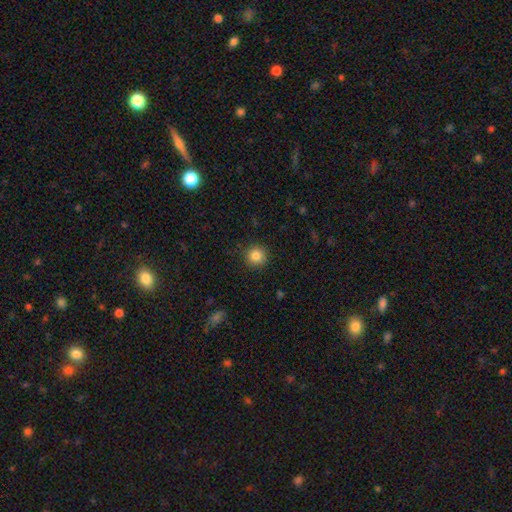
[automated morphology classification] Smooth or featured: smooth — 85% (star or artifact — 10%)
How rounded: round — 94% (in between — 5%)
Merging: none — 90% (minor disturbance — 7%)